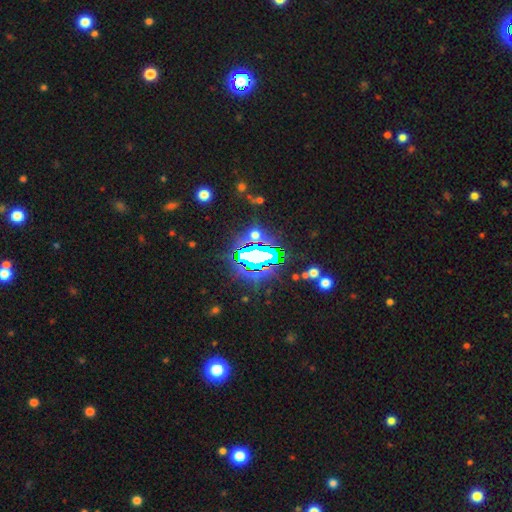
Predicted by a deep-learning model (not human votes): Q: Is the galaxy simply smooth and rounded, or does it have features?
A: star or artifact — 73%.